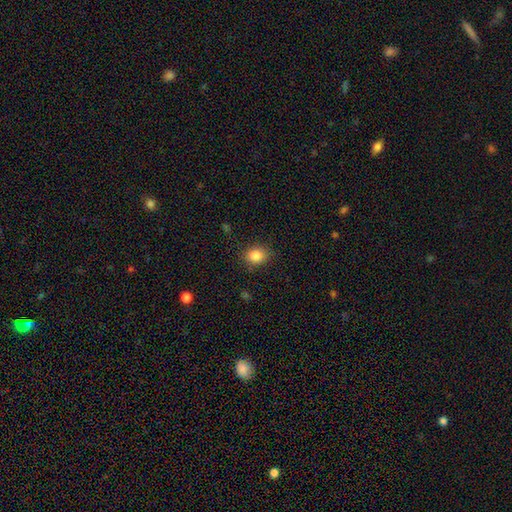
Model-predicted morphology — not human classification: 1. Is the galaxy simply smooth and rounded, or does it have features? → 85% smooth, 10% star or artifact, 5% featured or disk.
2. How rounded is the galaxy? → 59% round, 40% in between, 1% cigar-shaped.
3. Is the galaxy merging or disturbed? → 85% none, 11% minor disturbance, 3% major disturbance, 1% merger.